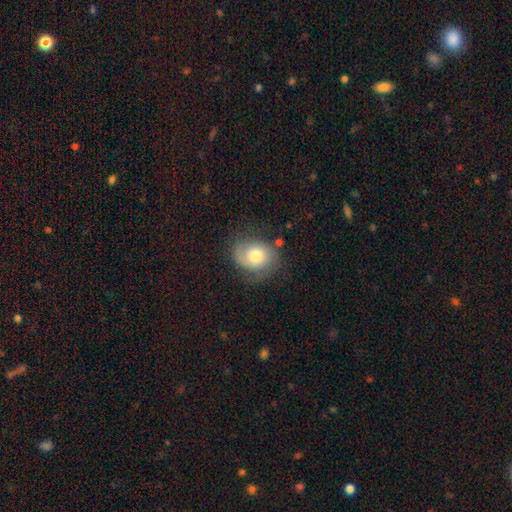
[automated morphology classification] A smooth galaxy with no disk features (51%) that is round (54%).

Vote fractions:
- Smooth or featured? smooth: 51% / featured or disk: 40% / star or artifact: 9%
- How rounded? round: 54% / in between: 46% / cigar-shaped: 1%
- Merging? none: 65% / minor disturbance: 23% / major disturbance: 10% / merger: 2%